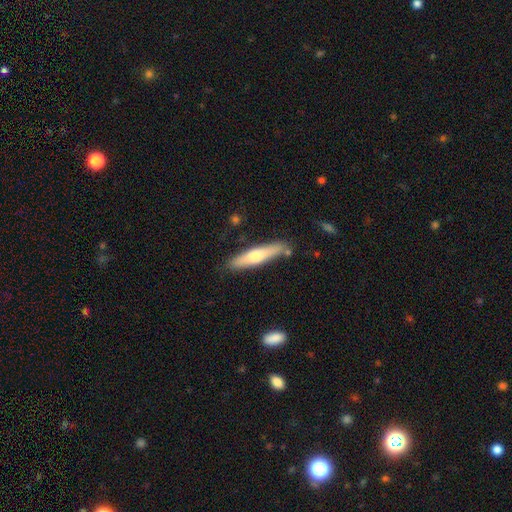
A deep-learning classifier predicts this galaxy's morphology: smooth-or-featured: smooth: 54% | featured or disk: 41% | star or artifact: 5%
  how-rounded: cigar-shaped: 85% | in between: 13% | round: 1%
  merging: none: 82% | minor disturbance: 12% | merger: 4% | major disturbance: 2%